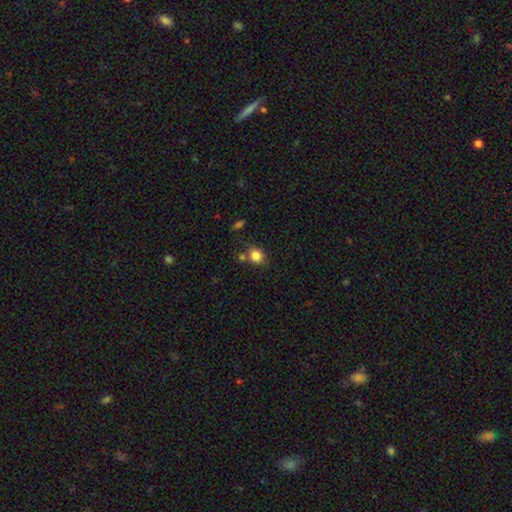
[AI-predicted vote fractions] This appears to be a smooth galaxy with no disk features (83%) that is round (71%). Merging: none (67%).